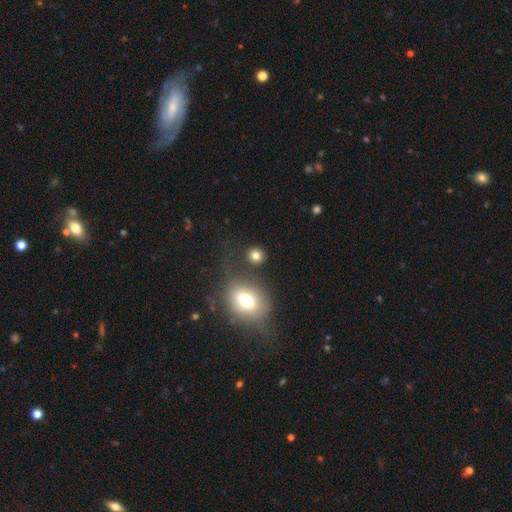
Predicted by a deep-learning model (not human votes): smooth_or_featured: smooth (p=0.79) [alt: star or artifact p=0.13]
how_rounded: round (p=0.83) [alt: in between p=0.16]
merging: none (p=0.75) [alt: minor disturbance p=0.10]